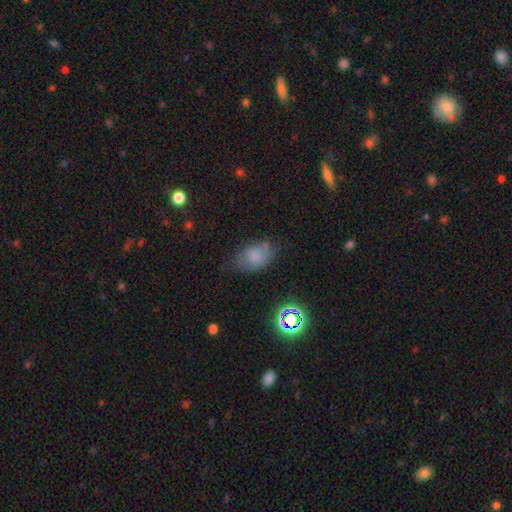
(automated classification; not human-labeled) This is likely a smooth galaxy (69%). How rounded: clearly in between (86%). Merging: likely none (62%).